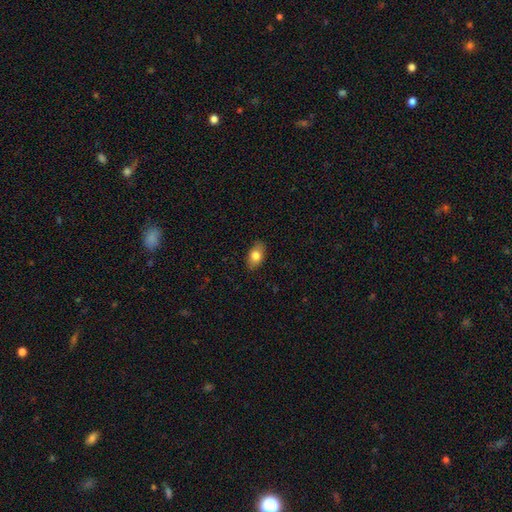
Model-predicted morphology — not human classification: A smooth galaxy with no disk features (79%) that is in between round and cigar-shaped (89%). Merging: none (86%).